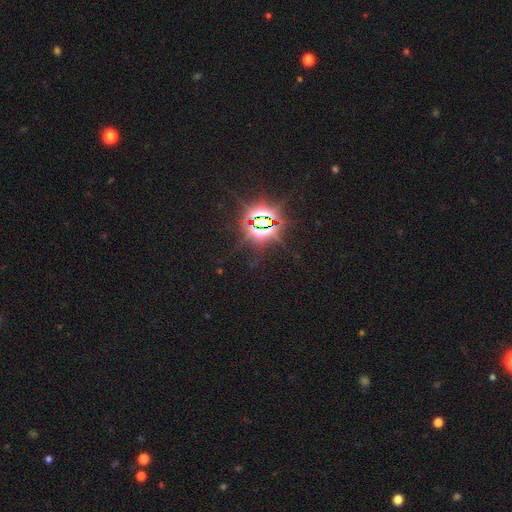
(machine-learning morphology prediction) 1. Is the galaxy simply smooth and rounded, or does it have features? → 86% star or artifact, 8% smooth, 7% featured or disk.